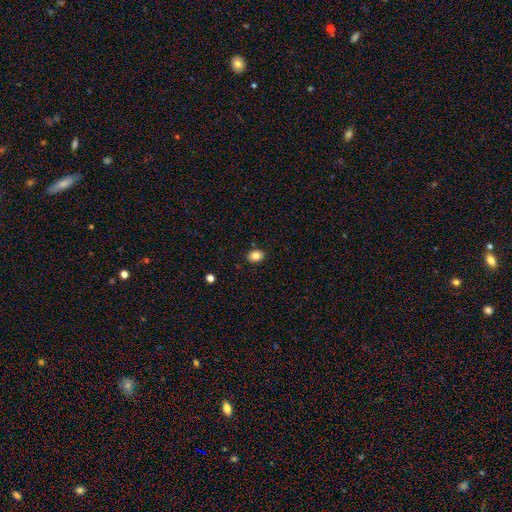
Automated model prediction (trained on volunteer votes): This appears to be a smooth galaxy with no disk features (84%) that is in between round and cigar-shaped (65%). Merging: none (88%).